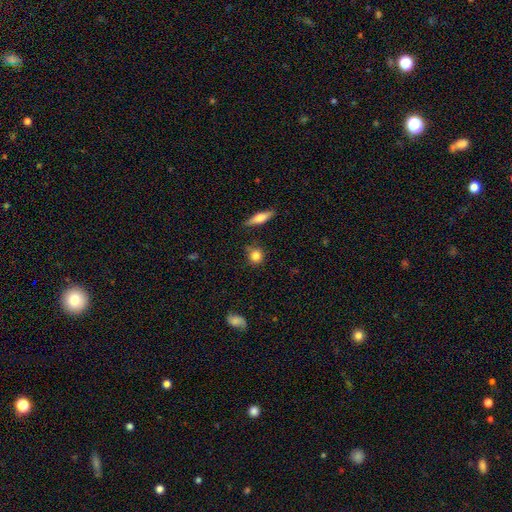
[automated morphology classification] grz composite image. It shows a smooth galaxy with no disk features (83%) that is round (80%). Merging: none (78%).